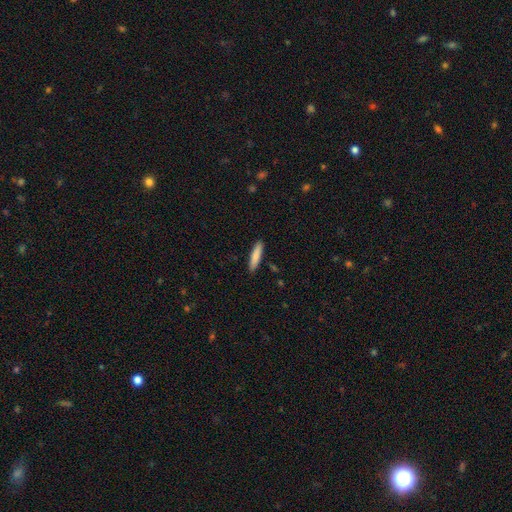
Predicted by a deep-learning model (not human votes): Smooth or featured? smooth (84%)
How rounded? cigar-shaped (83%)
Merging? none (90%)